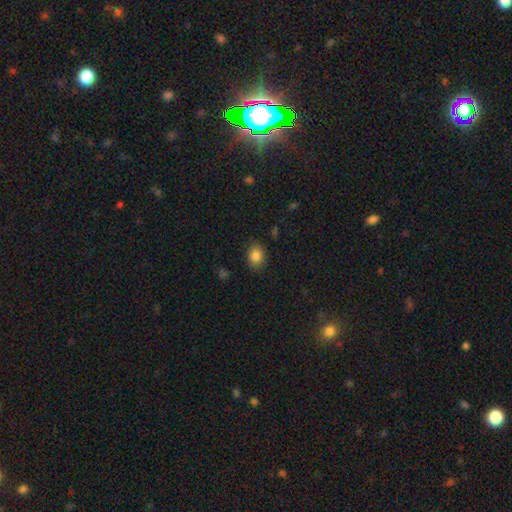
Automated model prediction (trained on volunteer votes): A smooth galaxy with no disk features (85%) that is in between round and cigar-shaped (63%).

Vote fractions:
- Smooth or featured? smooth: 85% / star or artifact: 9% / featured or disk: 6%
- How rounded? in between: 63% / round: 36% / cigar-shaped: 1%
- Merging? none: 85% / minor disturbance: 11% / major disturbance: 3% / merger: 1%